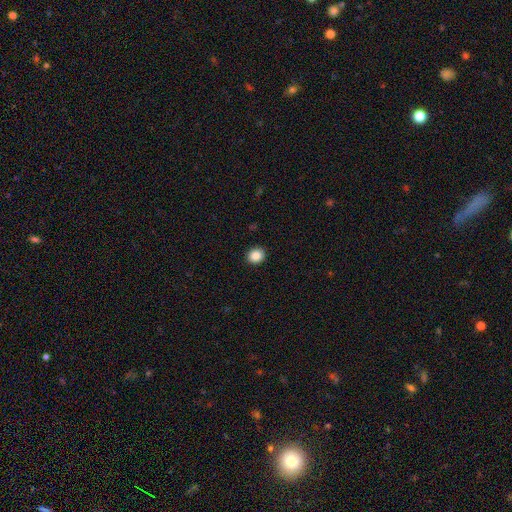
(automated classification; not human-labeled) smooth 88%, star or artifact 9%, featured or disk 3%. Down the decision tree: how rounded — round (80%); merging — none (92%).